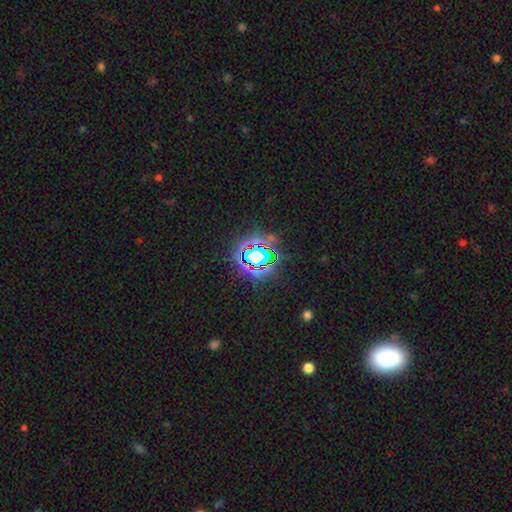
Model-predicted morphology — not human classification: Smooth or featured? Predicted: star or artifact (p=0.70).